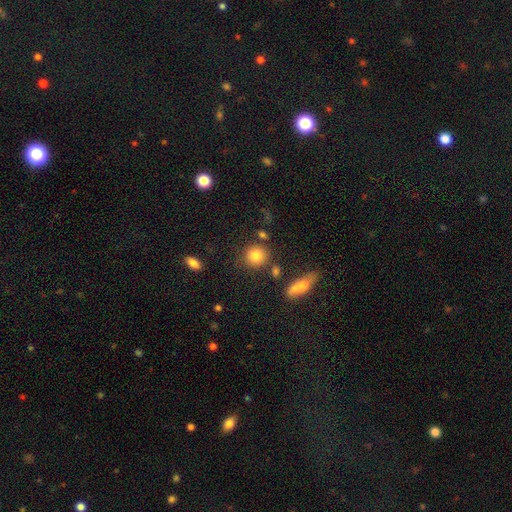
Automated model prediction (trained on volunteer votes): Smooth or featured? Predicted: smooth (p=0.82). How rounded? Predicted: round (p=0.84). Merging? Predicted: none (p=0.76).